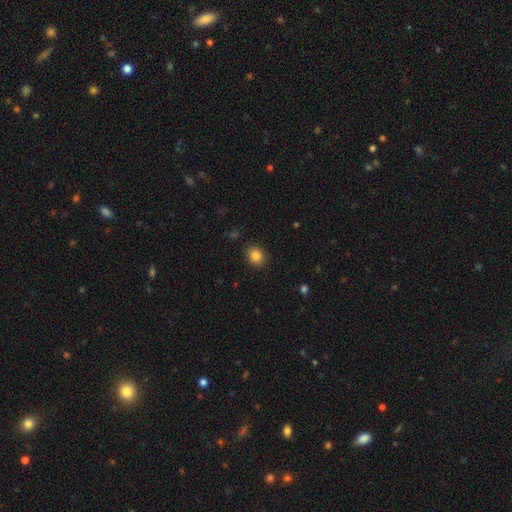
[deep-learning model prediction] Smooth or featured? smooth (85%)
How rounded? round (53%)
Merging? none (88%)